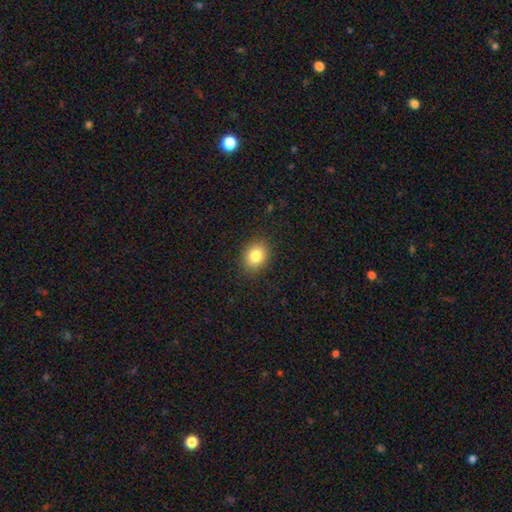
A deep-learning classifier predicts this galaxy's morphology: Smooth or featured?
  - smooth: 82% *
  - star or artifact: 10%
  - featured or disk: 8%
How rounded?
  - round: 50% *
  - in between: 49%
  - cigar-shaped: 1%
Merging?
  - none: 88% *
  - minor disturbance: 8%
  - major disturbance: 2%
  - merger: 1%